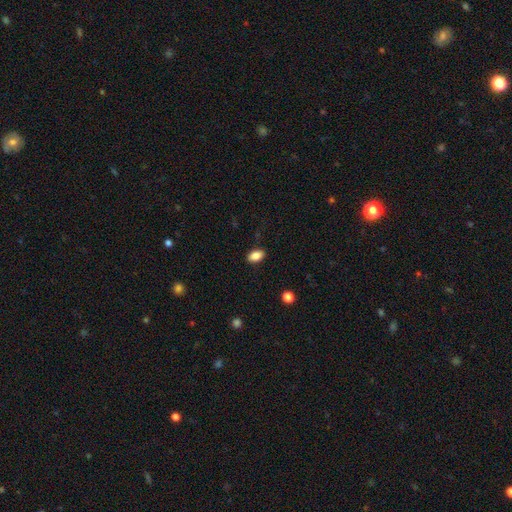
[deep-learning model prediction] Smooth or featured? smooth (87%)
How rounded? in between (90%)
Merging? none (88%)